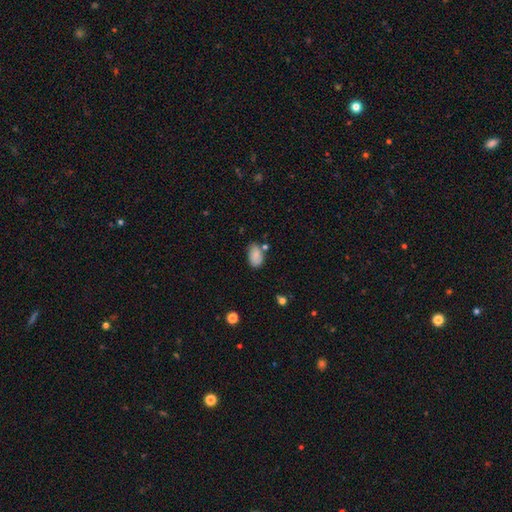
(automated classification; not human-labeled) The model was most divided on "merging": none: 65%, minor disturbance: 22%, merger: 9%, major disturbance: 5%. More confident: how rounded — in between (91%); smooth or featured — smooth (83%).